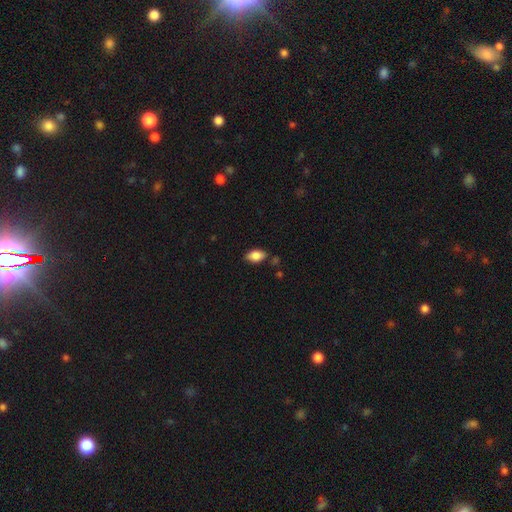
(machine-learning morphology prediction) Smooth or featured?
  - smooth: 85% *
  - star or artifact: 7%
  - featured or disk: 7%
How rounded?
  - in between: 91% *
  - round: 6%
  - cigar-shaped: 3%
Merging?
  - none: 79% *
  - minor disturbance: 14%
  - merger: 3%
  - major disturbance: 3%